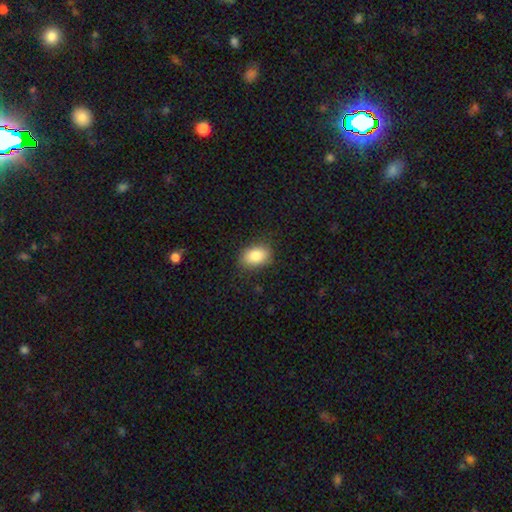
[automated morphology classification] Smooth or featured? Predicted: smooth (p=0.85). How rounded? Predicted: in between (p=0.82). Merging? Predicted: none (p=0.82).